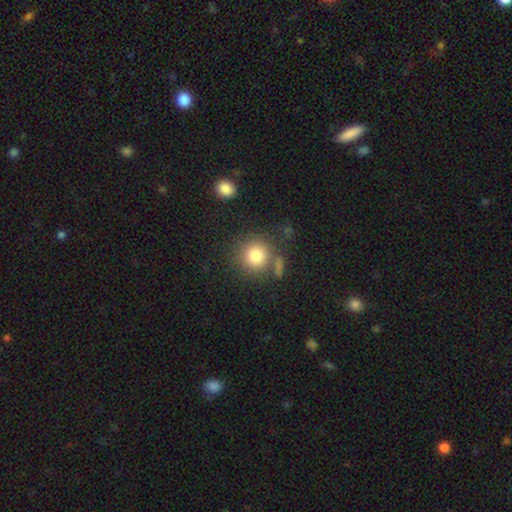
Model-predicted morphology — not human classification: A smooth galaxy with no disk features (82%) that is round (91%). Merging: none (71%).